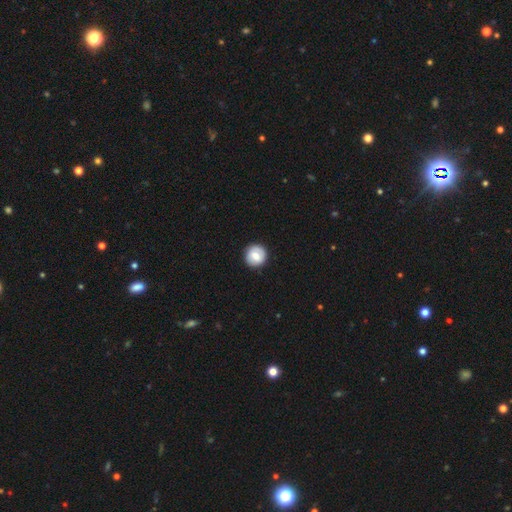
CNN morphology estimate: Smooth or featured: smooth — 73% (featured or disk — 20%)
How rounded: round — 93% (in between — 6%)
Merging: none — 90% (minor disturbance — 7%)